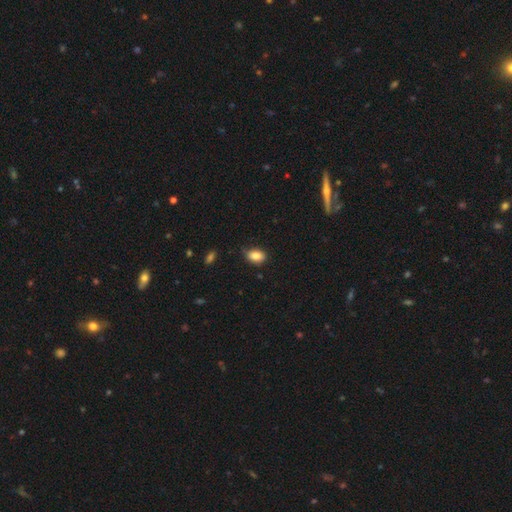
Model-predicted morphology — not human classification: This appears to be a smooth galaxy with no disk features (87%) that is in between round and cigar-shaped (85%). Merging: none (76%).